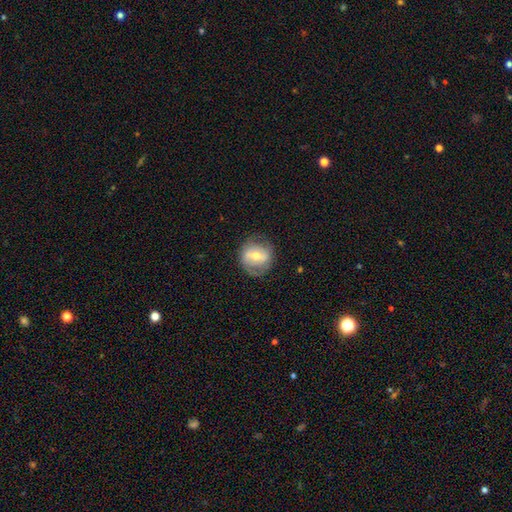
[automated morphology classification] Overall: featured or disk (56%; smooth 37%). Edge-on disk: no (96%). Bar: weak (43%; strong 33%). Spiral arms: yes (60%; no 40%). Bulge size: moderate (64%; small 29%). Merging: none (74%).